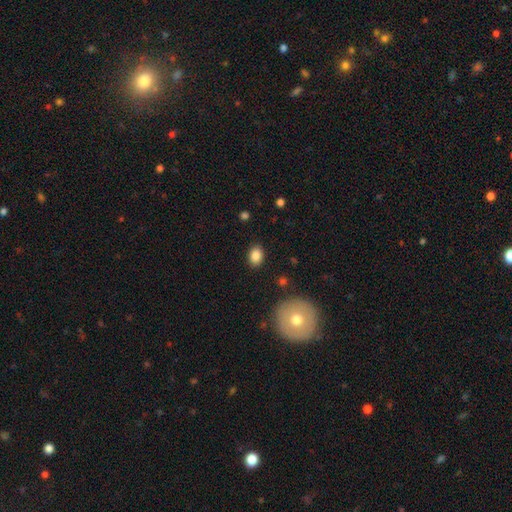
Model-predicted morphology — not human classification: Overall: smooth (86%). How rounded: in between (71%). Merging: none (88%).